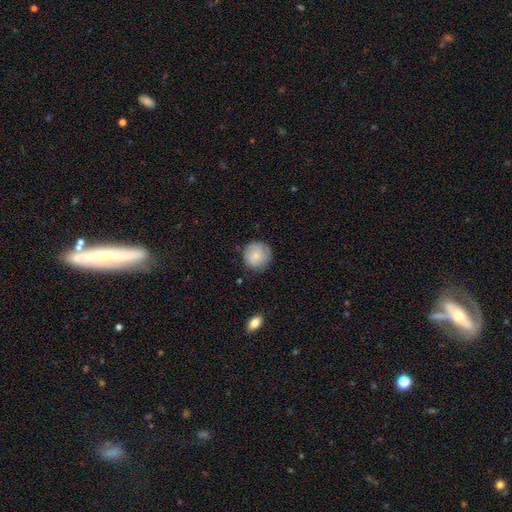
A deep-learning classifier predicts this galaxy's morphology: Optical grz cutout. It shows a smooth galaxy with no disk features (74%) that is round (93%). Merging: none (78%).